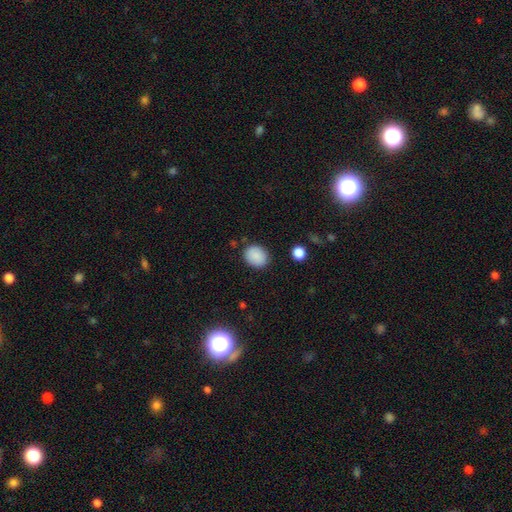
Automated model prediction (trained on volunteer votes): smooth 88%, star or artifact 8%, featured or disk 4%. Down the decision tree: how rounded — round (56%); merging — none (85%).